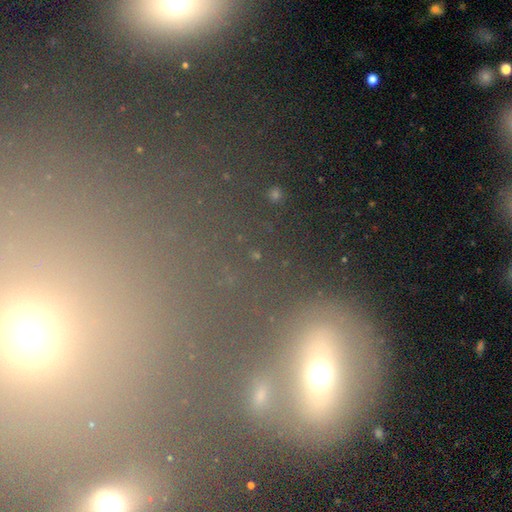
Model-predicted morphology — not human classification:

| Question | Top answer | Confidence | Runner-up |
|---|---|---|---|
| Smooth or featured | star or artifact | 41% | smooth (39%) |